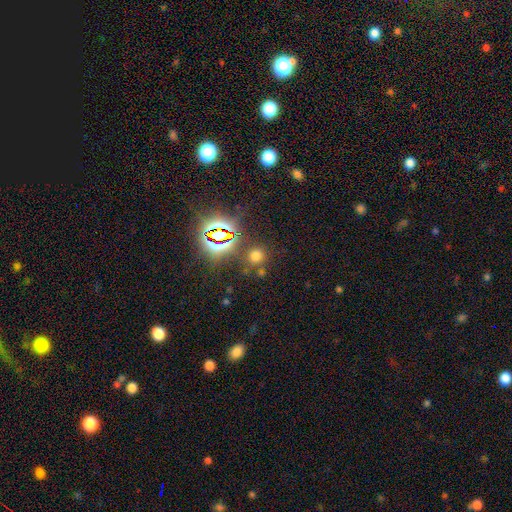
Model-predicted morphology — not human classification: Overall: smooth (59%; star or artifact 34%). How rounded: round (89%). Merging: none (78%).